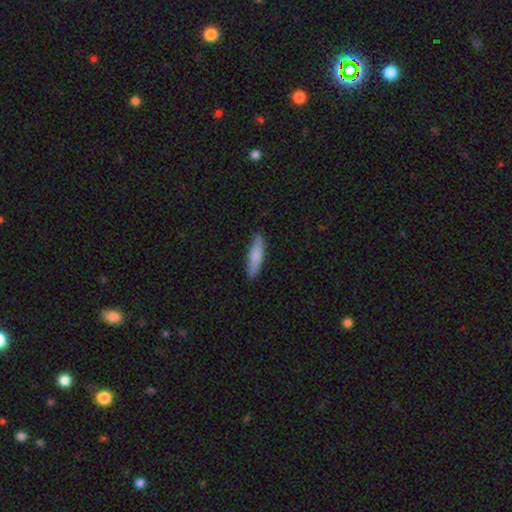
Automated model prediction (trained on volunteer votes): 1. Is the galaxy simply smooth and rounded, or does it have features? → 78% smooth, 16% featured or disk, 5% star or artifact.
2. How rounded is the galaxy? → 73% cigar-shaped, 25% in between, 2% round.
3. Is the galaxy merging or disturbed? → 87% none, 10% minor disturbance, 2% major disturbance, 1% merger.